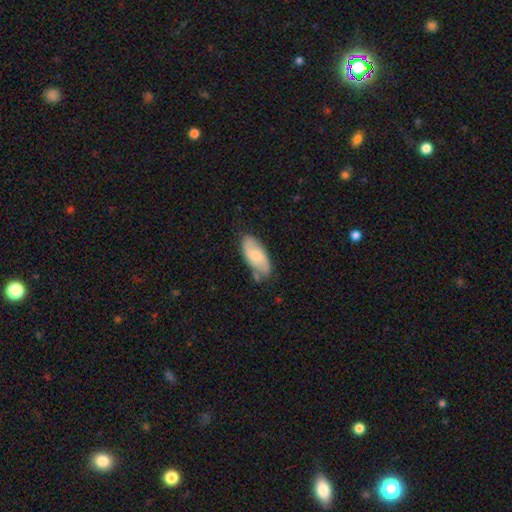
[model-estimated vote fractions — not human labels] Overall: smooth (59%; featured or disk 36%). How rounded: in between (88%). Merging: none (69%).